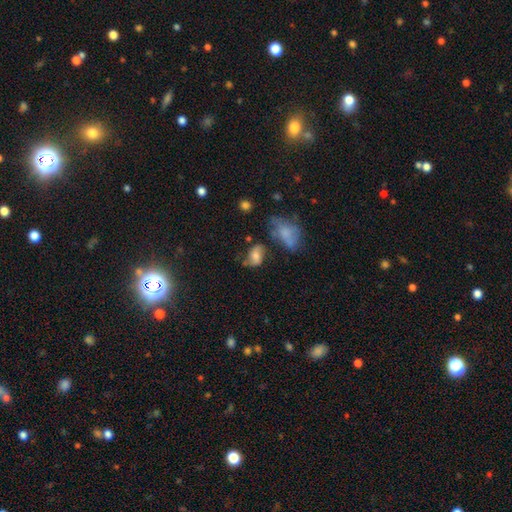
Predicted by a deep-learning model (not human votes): Smooth or featured? Predicted: smooth (p=0.51). How rounded? Predicted: in between (p=0.78). Merging? Predicted: none (p=0.48).